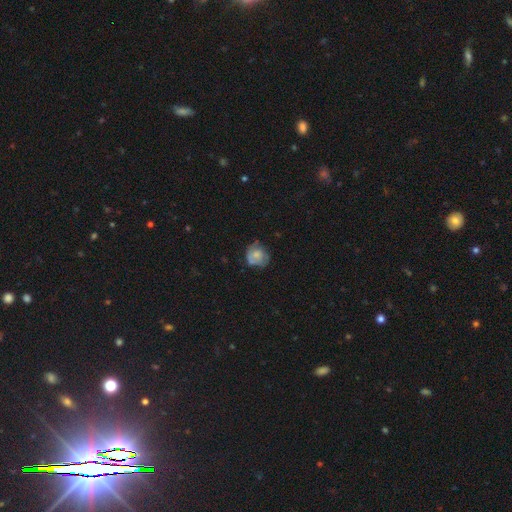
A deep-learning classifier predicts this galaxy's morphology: A smooth galaxy with no disk features (56%) that is round (78%). Merging: none (57%).